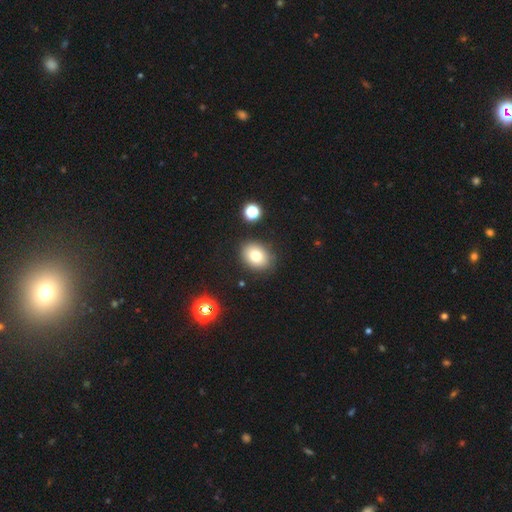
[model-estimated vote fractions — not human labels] This appears to be a smooth galaxy with no disk features (78%) that is in between round and cigar-shaped (57%). Merging: none (85%).